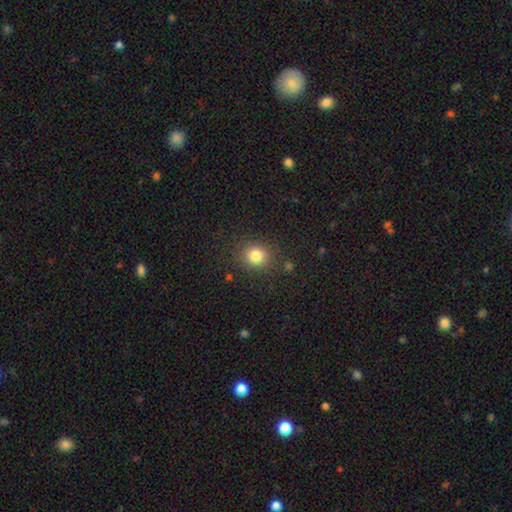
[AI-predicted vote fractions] Overall: smooth (82%). How rounded: round (79%). Merging: none (85%).